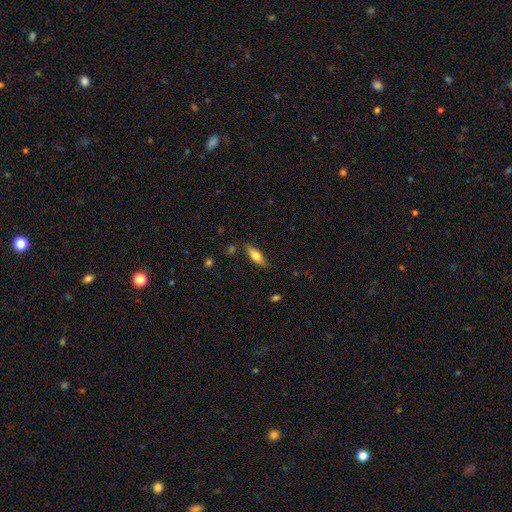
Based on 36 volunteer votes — A smooth galaxy with no disk features (64%) that is in between round and cigar-shaped (74%). Merging: none (79%).